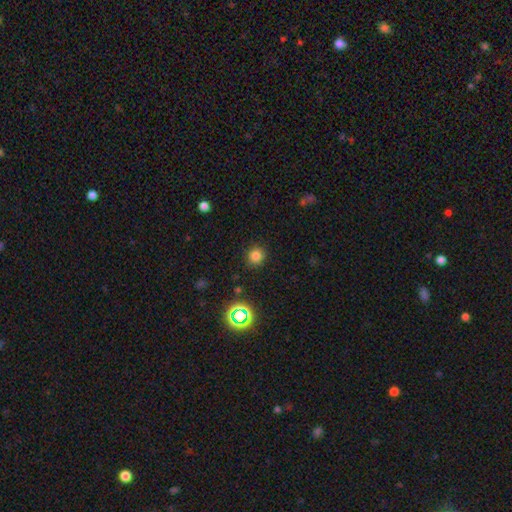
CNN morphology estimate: Q: Smooth or featured?
A: smooth (78%); runner-up: star or artifact (18%)
Q: How rounded?
A: round (91%); runner-up: in between (8%)
Q: Merging?
A: none (89%); runner-up: minor disturbance (7%)